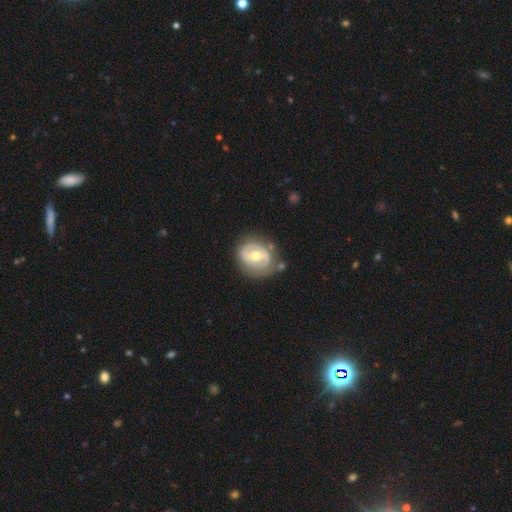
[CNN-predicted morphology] smooth_or_featured: featured or disk (p=0.67) [alt: smooth p=0.28]
disk_edge_on: no (p=0.96) [alt: yes p=0.04]
bar: weak (p=0.41) [alt: no p=0.30]
has_spiral_arms: no (p=0.51) [alt: yes p=0.49]
bulge_size: moderate (p=0.74) [alt: small p=0.18]
merging: none (p=0.69) [alt: minor disturbance p=0.19]